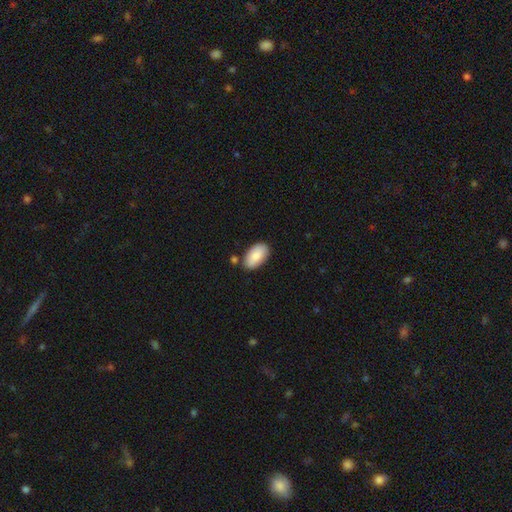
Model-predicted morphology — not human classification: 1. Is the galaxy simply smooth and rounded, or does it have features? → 86% smooth, 8% featured or disk, 6% star or artifact.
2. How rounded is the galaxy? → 95% in between, 3% round, 2% cigar-shaped.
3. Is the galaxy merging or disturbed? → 78% none, 14% minor disturbance, 5% merger, 3% major disturbance.